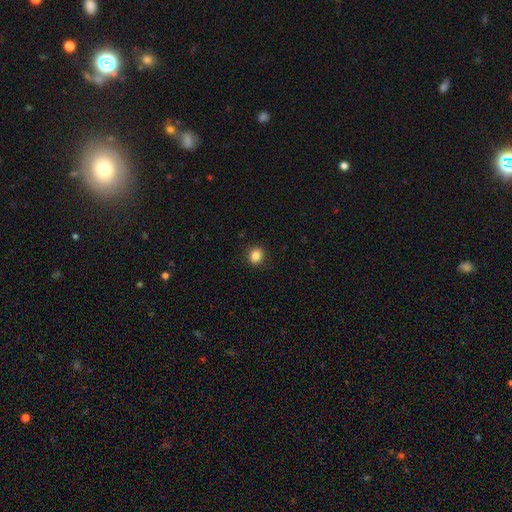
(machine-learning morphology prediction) This appears to be a smooth galaxy with no disk features (85%) that is round (84%). Merging: none (91%).